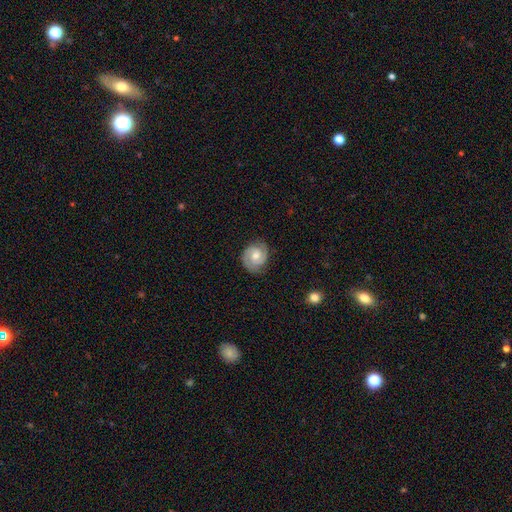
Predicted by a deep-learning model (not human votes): Smooth or featured: featured or disk — 76% (smooth — 18%)
Edge-on disk: no — 98% (yes — 2%)
Bar: no — 56% (weak — 36%)
Spiral arms: yes — 95% (no — 5%)
Spiral winding: tight — 57% (medium — 36%)
Spiral arm count: 2 — 87% (can't tell — 6%)
Bulge size: moderate — 69% (small — 24%)
Merging: none — 81% (minor disturbance — 14%)